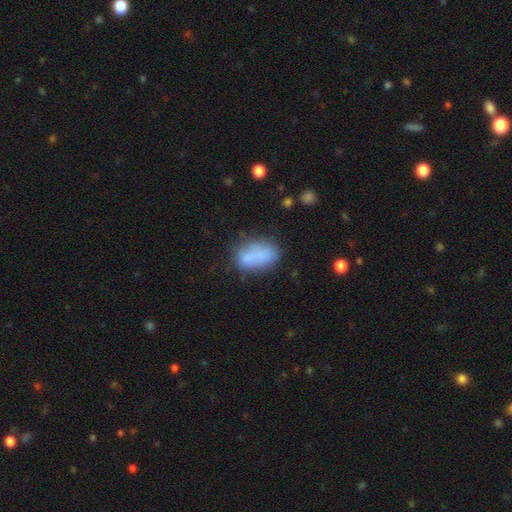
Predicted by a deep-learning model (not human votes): Smooth or featured? Predicted: smooth (p=0.76). How rounded? Predicted: in between (p=0.87). Merging? Predicted: none (p=0.57).